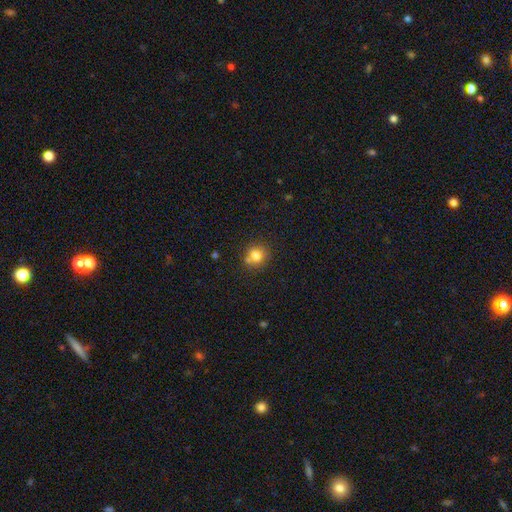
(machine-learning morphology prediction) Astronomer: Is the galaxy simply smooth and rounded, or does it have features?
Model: smooth — 78%.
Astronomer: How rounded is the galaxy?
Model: round — 85%.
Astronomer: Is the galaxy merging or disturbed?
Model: none — 68%.